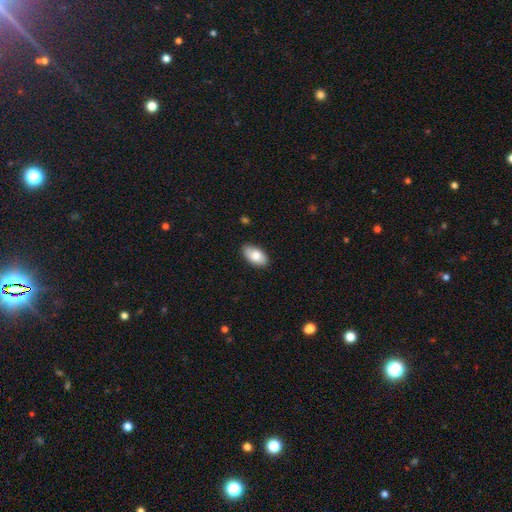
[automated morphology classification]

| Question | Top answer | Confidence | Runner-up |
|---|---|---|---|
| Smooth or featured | smooth | 82% | featured or disk (12%) |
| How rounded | in between | 94% | round (3%) |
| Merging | none | 86% | minor disturbance (11%) |